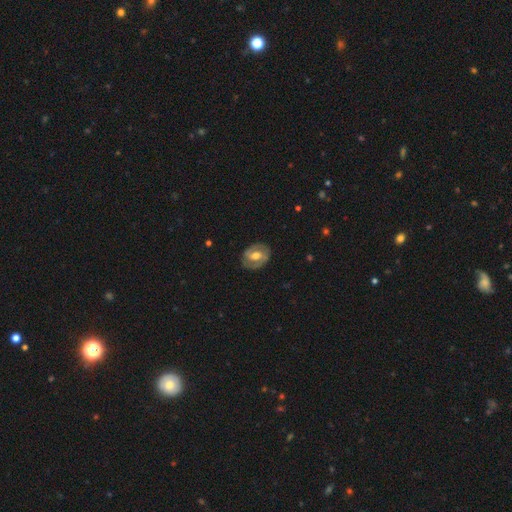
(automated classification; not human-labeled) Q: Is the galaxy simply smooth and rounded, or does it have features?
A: featured or disk — 73%.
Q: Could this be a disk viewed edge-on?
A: no — 97%.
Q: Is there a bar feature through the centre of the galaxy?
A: weak — 47%.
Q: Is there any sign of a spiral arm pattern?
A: yes — 79%.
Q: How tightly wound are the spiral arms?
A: tight — 44%.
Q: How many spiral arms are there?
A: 2 — 85%.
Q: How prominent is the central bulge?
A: moderate — 73%.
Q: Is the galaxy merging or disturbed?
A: none — 82%.